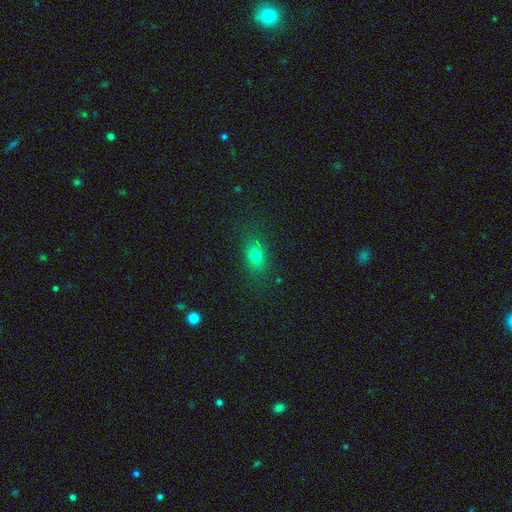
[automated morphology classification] This appears to be a smooth galaxy with no disk features (74%) that is in between round and cigar-shaped (72%). Merging: none (81%).